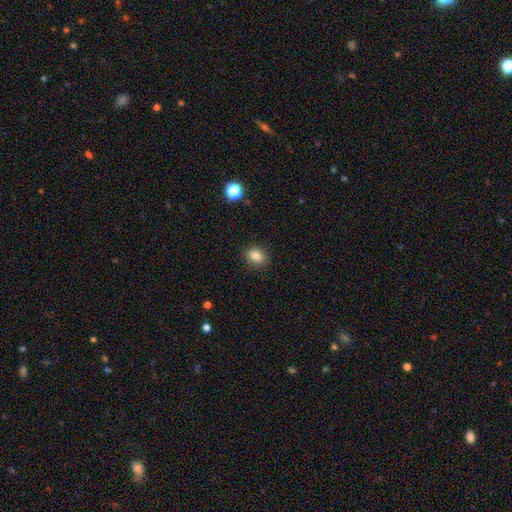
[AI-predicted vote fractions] Overall: smooth (83%). How rounded: in between (53%; round 46%). Merging: none (89%).